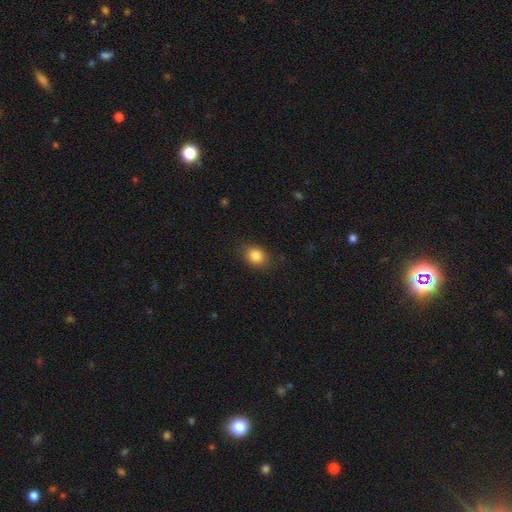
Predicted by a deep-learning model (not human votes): smooth-or-featured: smooth: 84% | star or artifact: 10% | featured or disk: 6%
  how-rounded: round: 60% | in between: 39% | cigar-shaped: 1%
  merging: none: 85% | minor disturbance: 11% | major disturbance: 3% | merger: 1%